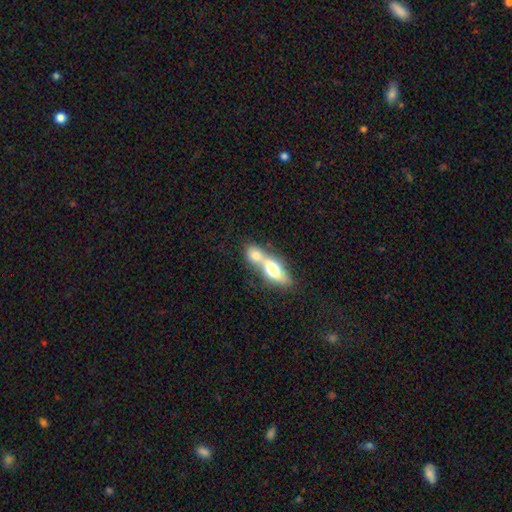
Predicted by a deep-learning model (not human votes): The model was most divided on "smooth or featured": smooth: 63%, featured or disk: 29%, star or artifact: 7%. More confident: merging — merger (73%); how rounded — in between (63%).